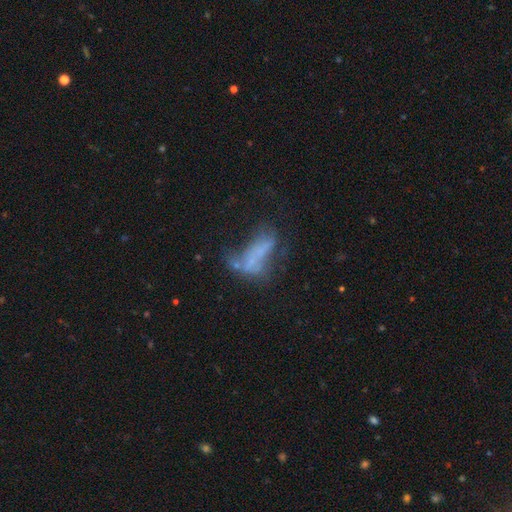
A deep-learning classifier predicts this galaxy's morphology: This is possibly a featured or disk galaxy (47%). Merging: marginally major disturbance (35%).